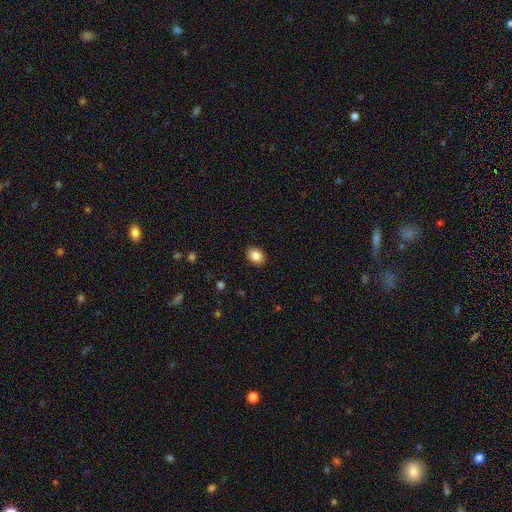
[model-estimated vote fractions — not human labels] Q: Smooth or featured?
A: smooth (86%); runner-up: star or artifact (8%)
Q: How rounded?
A: in between (67%); runner-up: round (32%)
Q: Merging?
A: none (89%); runner-up: minor disturbance (8%)